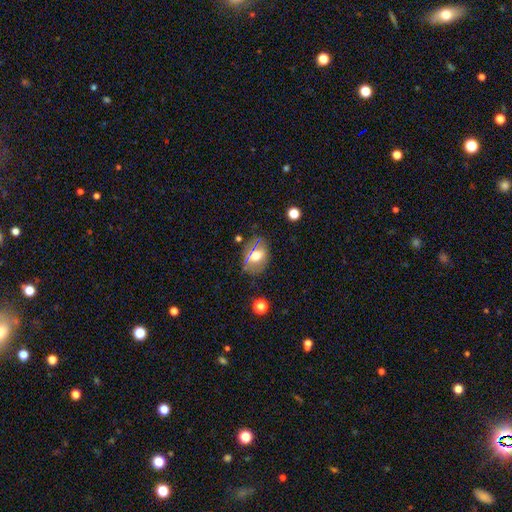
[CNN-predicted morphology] Smooth or featured? smooth (57%)
How rounded? in between (62%)
Merging? none (67%)